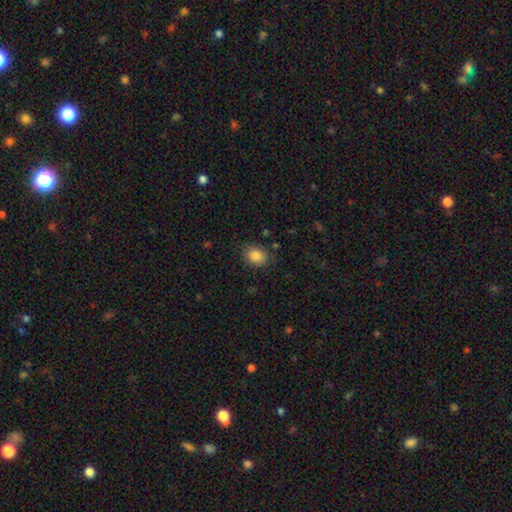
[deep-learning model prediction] smooth 85%, star or artifact 9%, featured or disk 6%. Down the decision tree: how rounded — in between (54%); merging — none (81%).